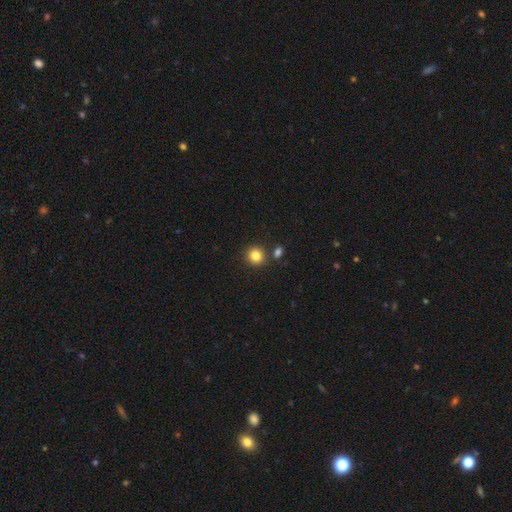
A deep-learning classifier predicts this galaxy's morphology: A smooth galaxy with no disk features (83%) that is round (85%). Merging: none (81%).